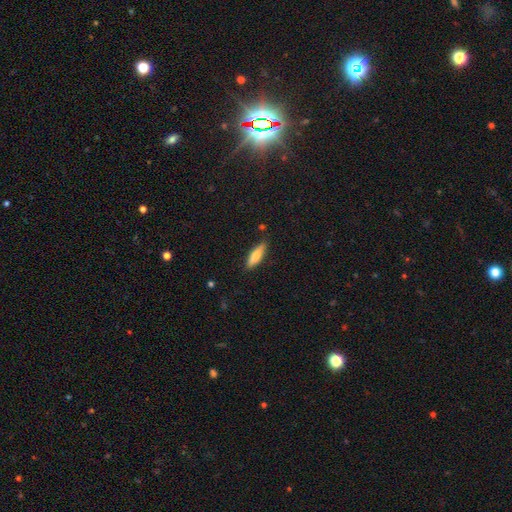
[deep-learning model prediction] Morphology: type=smooth (74%); roundness=cigar-shaped (58%); merging=none (84%).